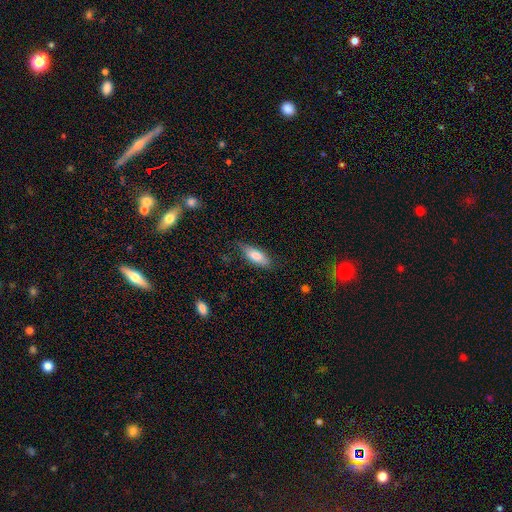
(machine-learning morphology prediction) A smooth galaxy with no disk features (78%) that is in between round and cigar-shaped (72%). Merging: none (71%).